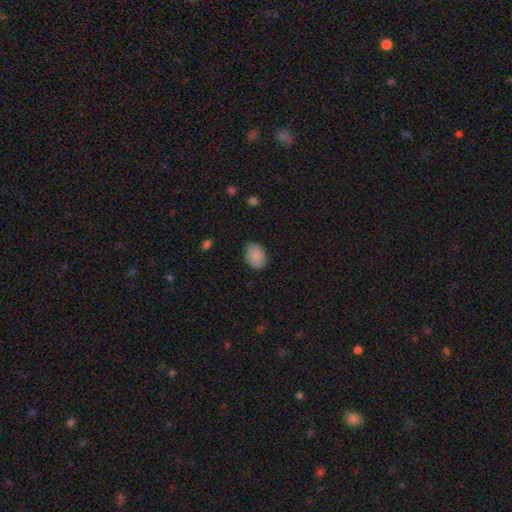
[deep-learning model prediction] Smooth or featured? smooth (86%)
How rounded? in between (71%)
Merging? none (82%)